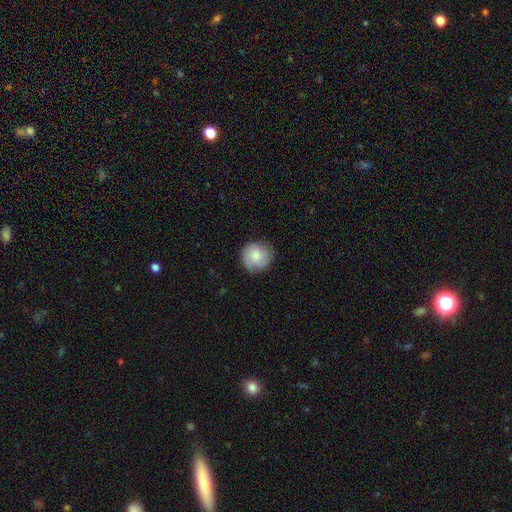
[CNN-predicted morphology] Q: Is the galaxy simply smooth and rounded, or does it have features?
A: smooth — 78%.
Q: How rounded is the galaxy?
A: round — 92%.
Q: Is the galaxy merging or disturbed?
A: none — 82%.